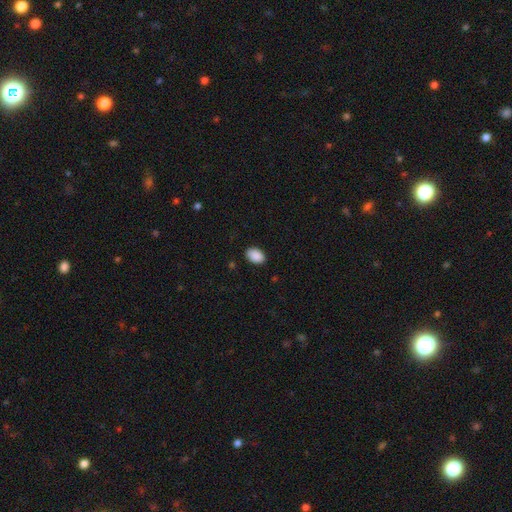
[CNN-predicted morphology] A smooth galaxy with no disk features (91%) that is in between round and cigar-shaped (86%).

Vote fractions:
- Smooth or featured? smooth: 91% / star or artifact: 7% / featured or disk: 3%
- How rounded? in between: 86% / round: 13% / cigar-shaped: 1%
- Merging? none: 88% / minor disturbance: 9% / major disturbance: 2% / merger: 1%